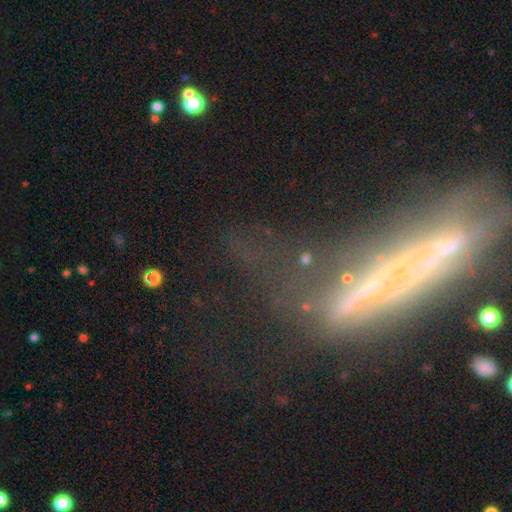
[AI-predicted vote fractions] smooth_or_featured: featured or disk (p=0.56) [alt: star or artifact p=0.22]
disk_edge_on: yes (p=0.68) [alt: no p=0.32]
merging: none (p=0.47) [alt: major disturbance p=0.22]